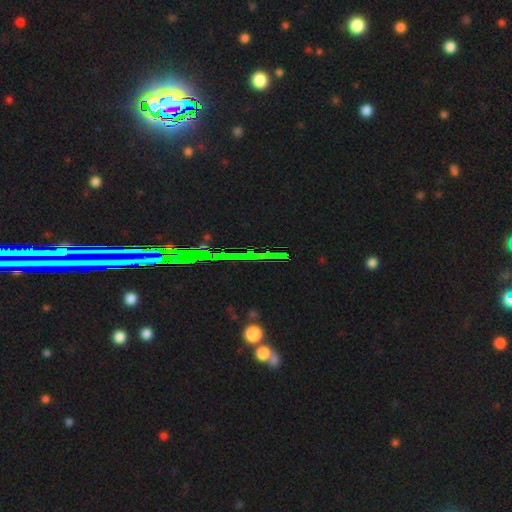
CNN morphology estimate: Smooth or featured?
  - star or artifact: 76% *
  - featured or disk: 12%
  - smooth: 12%